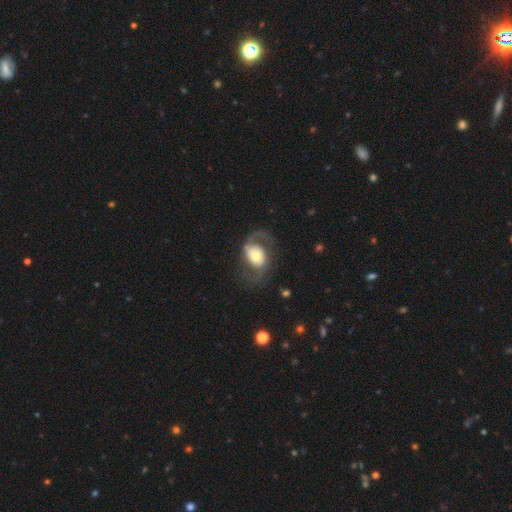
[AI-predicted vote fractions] Smooth or featured: featured or disk — 68% (smooth — 26%)
Edge-on disk: no — 96% (yes — 4%)
Bar: no — 65% (weak — 25%)
Spiral arms: yes — 81% (no — 19%)
Spiral winding: loose — 46% (medium — 42%)
Spiral arm count: 2 — 81% (1 — 11%)
Bulge size: moderate — 57% (large — 23%)
Merging: none — 56% (major disturbance — 24%)